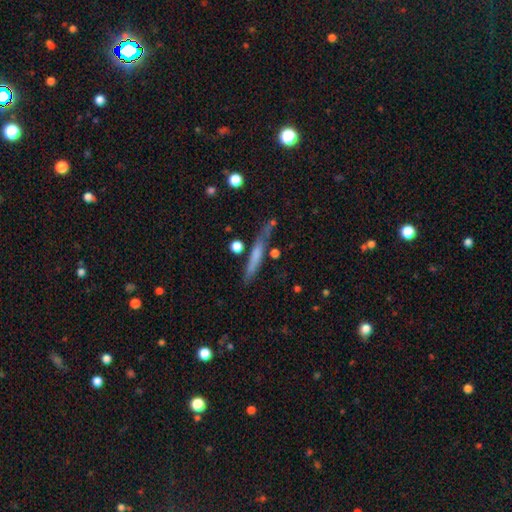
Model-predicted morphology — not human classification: A smooth galaxy with no disk features (52%) that is cigar-shaped (92%).

Vote fractions:
- Smooth or featured? smooth: 52% / featured or disk: 40% / star or artifact: 8%
- How rounded? cigar-shaped: 92% / in between: 6% / round: 3%
- Merging? none: 70% / minor disturbance: 17% / merger: 7% / major disturbance: 6%